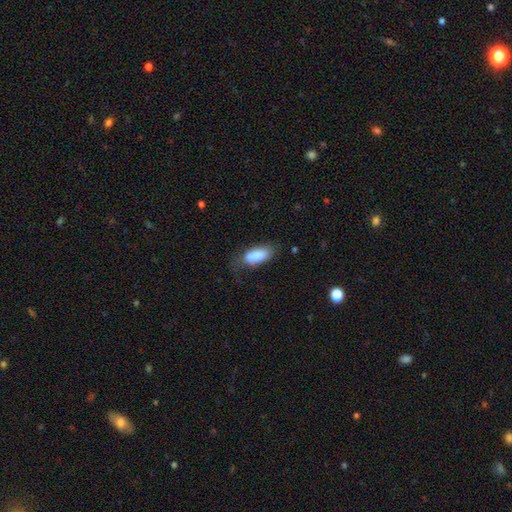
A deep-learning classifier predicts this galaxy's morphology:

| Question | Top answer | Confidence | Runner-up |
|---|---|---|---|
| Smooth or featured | smooth | 83% | featured or disk (10%) |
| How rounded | in between | 83% | cigar-shaped (14%) |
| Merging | none | 53% | minor disturbance (30%) |